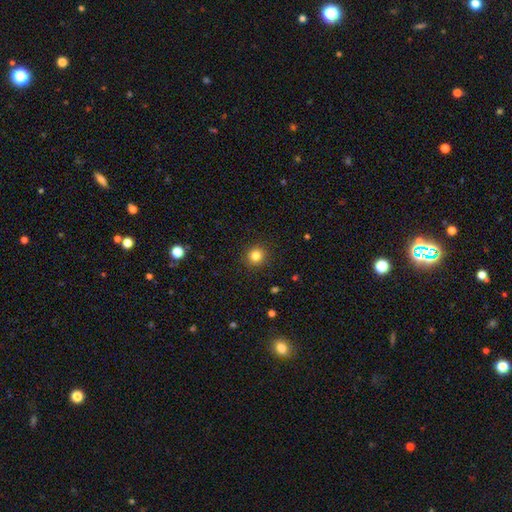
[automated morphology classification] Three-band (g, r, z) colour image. It shows a smooth galaxy with no disk features (83%) that is round (92%). Merging: none (92%).